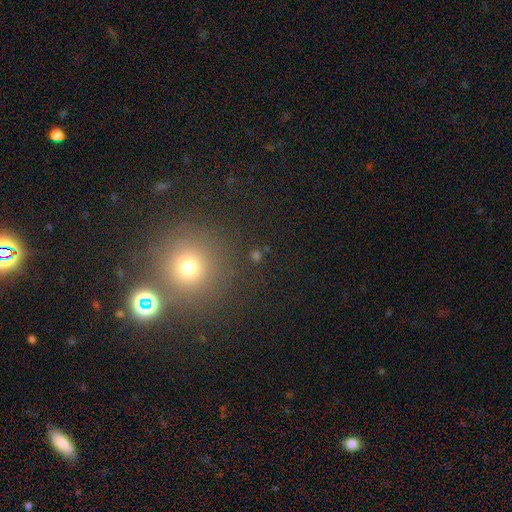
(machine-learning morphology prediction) Smooth or featured: smooth — 58% (star or artifact — 33%)
How rounded: round — 90% (in between — 9%)
Merging: none — 83% (minor disturbance — 7%)